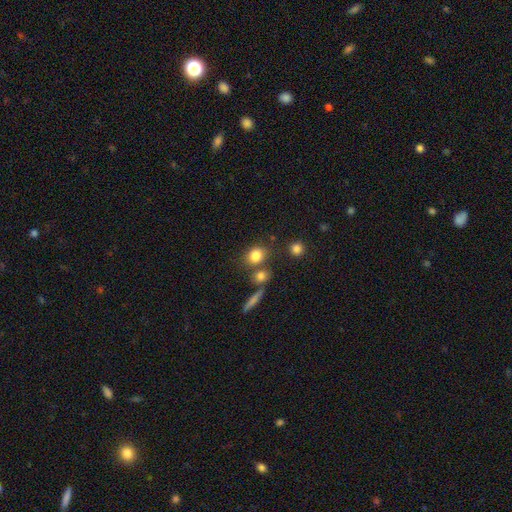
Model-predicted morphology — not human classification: The model was most divided on "how rounded": round: 61%, in between: 37%, cigar-shaped: 2%. More confident: smooth or featured — smooth (81%); merging — none (66%).